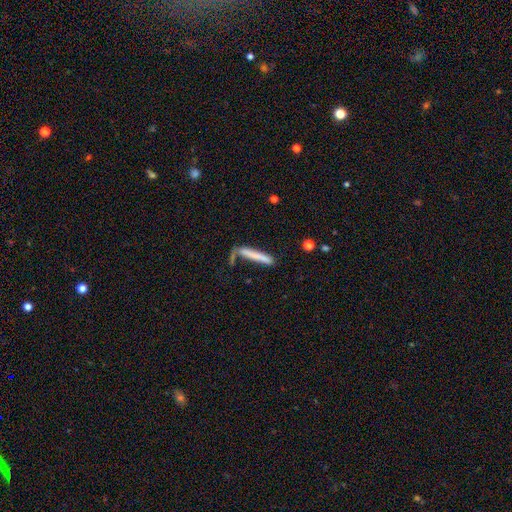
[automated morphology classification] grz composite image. It shows a smooth galaxy with no disk features (68%) that is cigar-shaped (94%). Merging: none (53%).